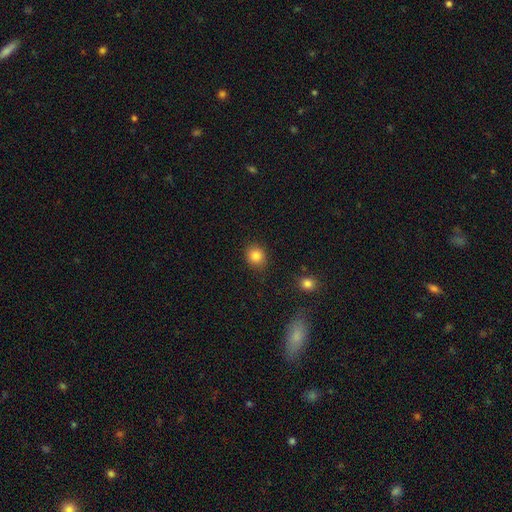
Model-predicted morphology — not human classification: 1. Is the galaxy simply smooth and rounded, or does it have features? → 84% smooth, 10% star or artifact, 5% featured or disk.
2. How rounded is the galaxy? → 80% round, 19% in between, 1% cigar-shaped.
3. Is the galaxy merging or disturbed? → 88% none, 8% minor disturbance, 3% major disturbance, 2% merger.